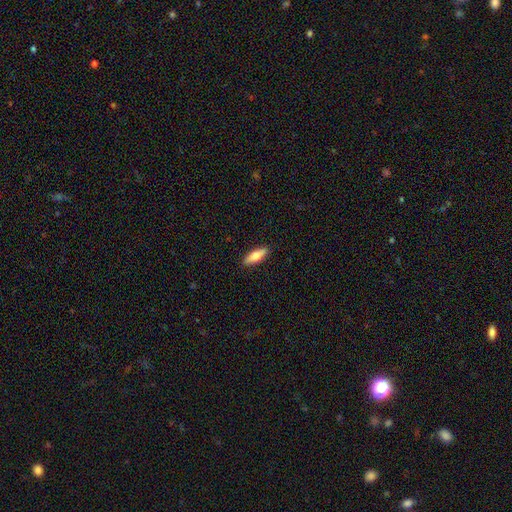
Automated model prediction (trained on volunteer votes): Overall: smooth (70%). How rounded: in between (52%; cigar-shaped 45%). Merging: none (89%).